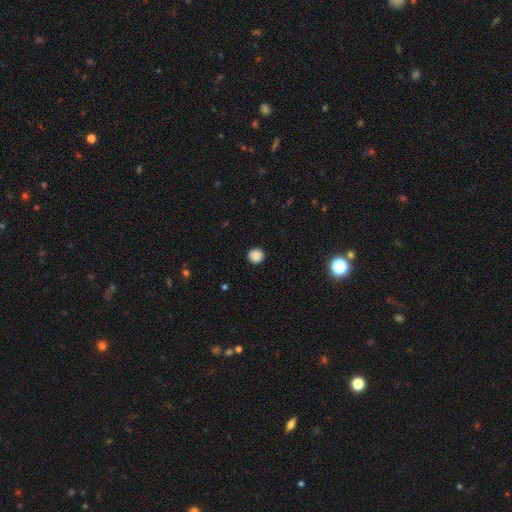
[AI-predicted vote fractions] The model was most divided on "smooth or featured": smooth: 88%, star or artifact: 10%, featured or disk: 2%. More confident: how rounded — round (94%); merging — none (93%).